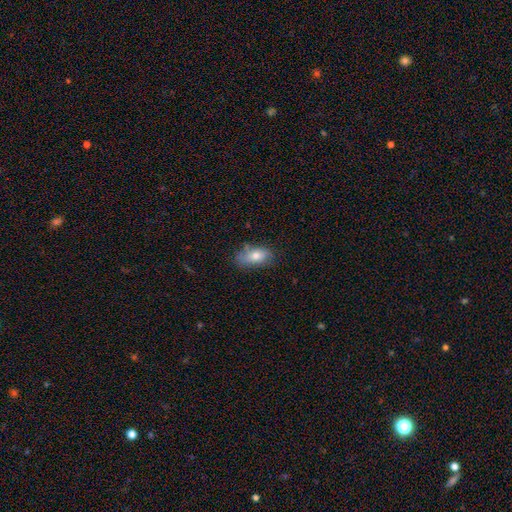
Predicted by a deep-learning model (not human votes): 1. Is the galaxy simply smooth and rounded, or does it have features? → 73% smooth, 18% featured or disk, 8% star or artifact.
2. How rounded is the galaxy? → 86% in between, 9% cigar-shaped, 5% round.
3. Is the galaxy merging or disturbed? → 62% none, 27% minor disturbance, 7% major disturbance, 4% merger.